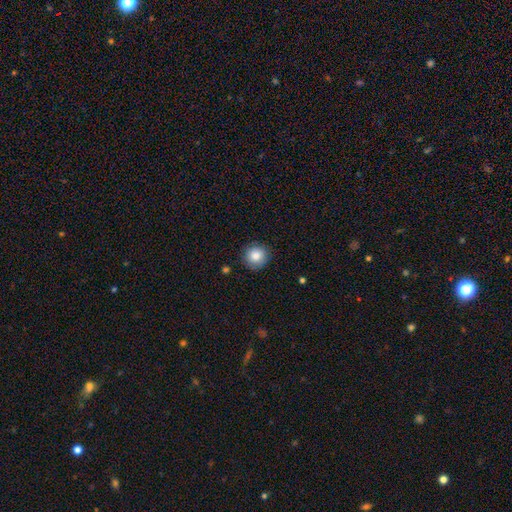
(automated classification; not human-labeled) Q: Smooth or featured?
A: smooth (85%); runner-up: star or artifact (9%)
Q: How rounded?
A: round (92%); runner-up: in between (7%)
Q: Merging?
A: none (88%); runner-up: minor disturbance (9%)